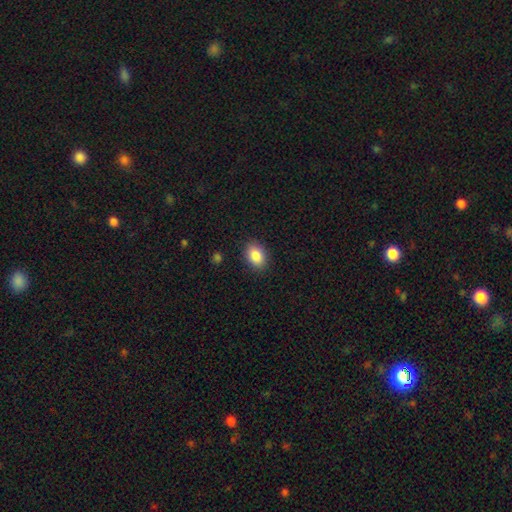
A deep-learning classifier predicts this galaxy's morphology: smooth_or_featured: smooth (p=0.87) [alt: star or artifact p=0.08]
how_rounded: in between (p=0.80) [alt: round p=0.18]
merging: none (p=0.88) [alt: minor disturbance p=0.08]